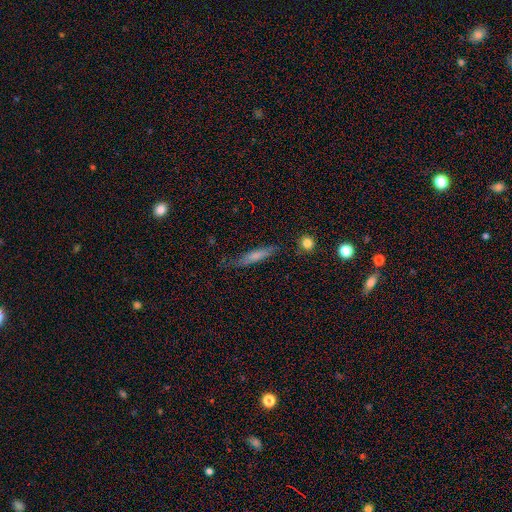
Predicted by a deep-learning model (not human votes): smooth-or-featured: smooth: 64% | featured or disk: 28% | star or artifact: 8%
  how-rounded: cigar-shaped: 86% | in between: 12% | round: 2%
  merging: none: 69% | minor disturbance: 22% | major disturbance: 6% | merger: 2%